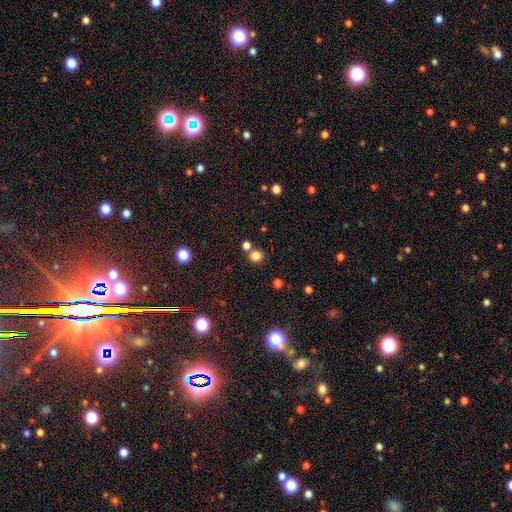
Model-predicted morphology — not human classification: smooth-or-featured: smooth: 80% | star or artifact: 15% | featured or disk: 5%
  how-rounded: round: 87% | in between: 12% | cigar-shaped: 1%
  merging: none: 71% | merger: 19% | minor disturbance: 8% | major disturbance: 3%